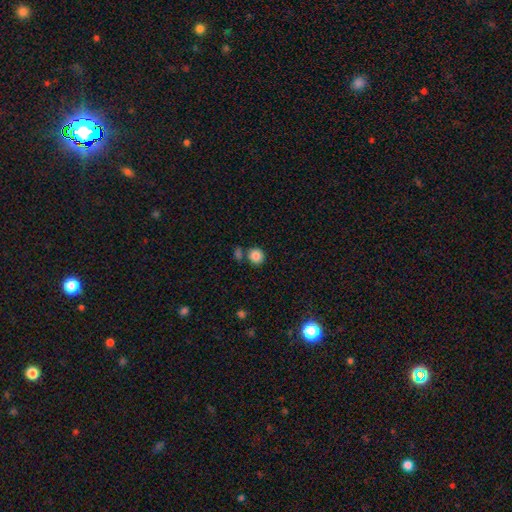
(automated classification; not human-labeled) smooth 85%, star or artifact 10%, featured or disk 5%. Down the decision tree: how rounded — round (89%); merging — none (74%).